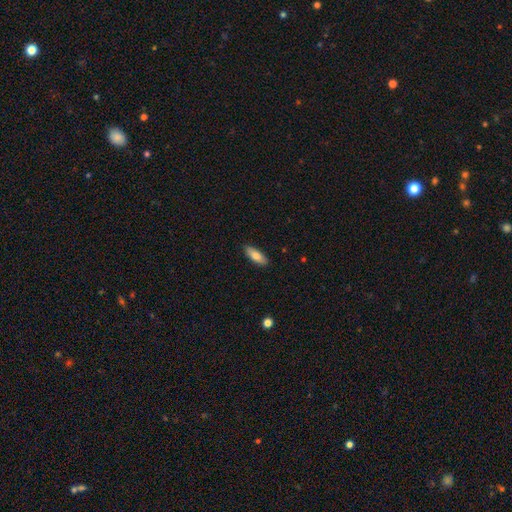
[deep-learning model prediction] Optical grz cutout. It shows a smooth galaxy with no disk features (81%) that is in between round and cigar-shaped (71%). Merging: none (88%).